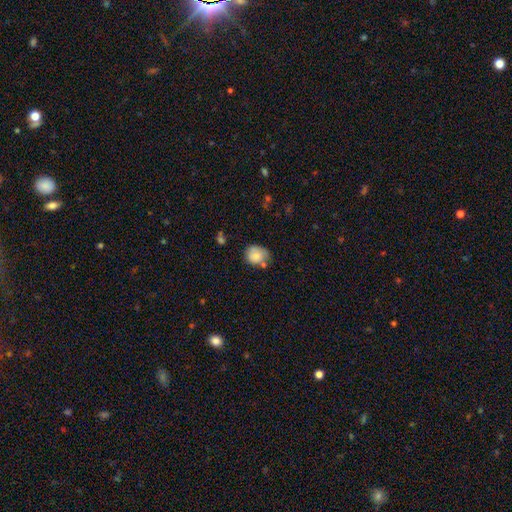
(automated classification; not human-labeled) The model was most divided on "merging": none: 52%, minor disturbance: 28%, merger: 13%, major disturbance: 7%. More confident: smooth or featured — smooth (81%); how rounded — round (65%).